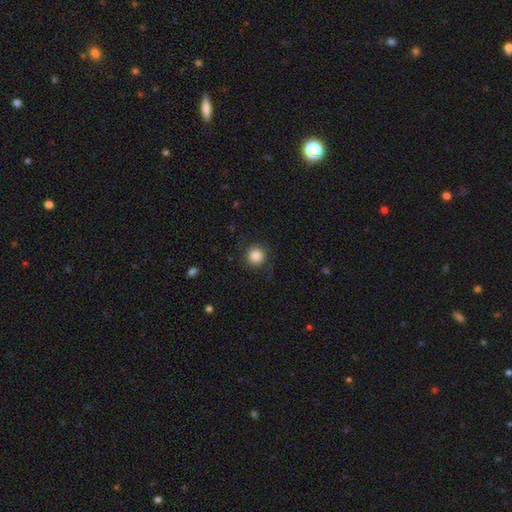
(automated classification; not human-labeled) The model was most divided on "merging": none: 85%, minor disturbance: 10%, major disturbance: 5%, merger: 1%. More confident: how rounded — round (94%); smooth or featured — smooth (86%).